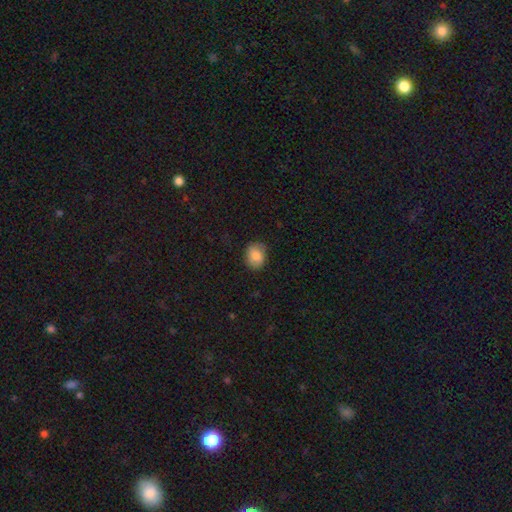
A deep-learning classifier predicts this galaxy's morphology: Smooth or featured: smooth — 84% (featured or disk — 8%)
How rounded: in between — 53% (round — 46%)
Merging: none — 81% (minor disturbance — 14%)